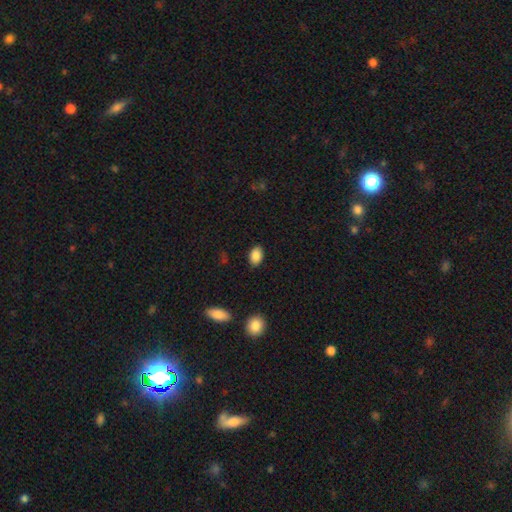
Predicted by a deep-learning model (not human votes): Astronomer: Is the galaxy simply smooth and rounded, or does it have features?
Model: smooth — 87%.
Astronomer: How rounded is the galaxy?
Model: in between — 86%.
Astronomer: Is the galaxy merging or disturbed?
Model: none — 87%.